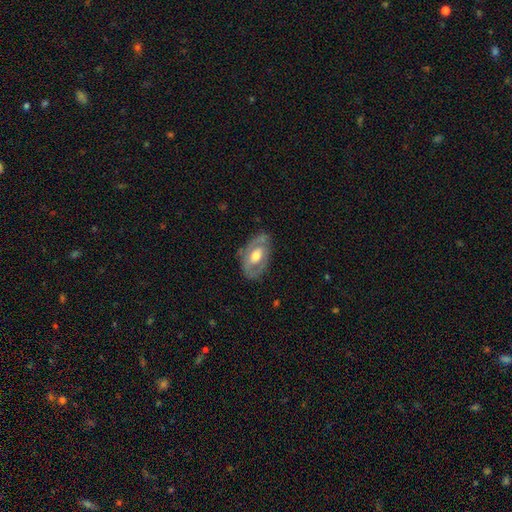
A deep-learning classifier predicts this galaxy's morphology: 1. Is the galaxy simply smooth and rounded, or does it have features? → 65% featured or disk, 30% smooth, 5% star or artifact.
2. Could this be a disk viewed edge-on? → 91% no, 9% yes.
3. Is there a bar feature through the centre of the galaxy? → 62% no, 29% weak, 9% strong.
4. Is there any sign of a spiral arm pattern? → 53% no, 47% yes.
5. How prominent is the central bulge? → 60% moderate, 28% large, 9% small, 2% dominant, 1% none.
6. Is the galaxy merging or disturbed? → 72% none, 20% minor disturbance, 7% major disturbance, 1% merger.